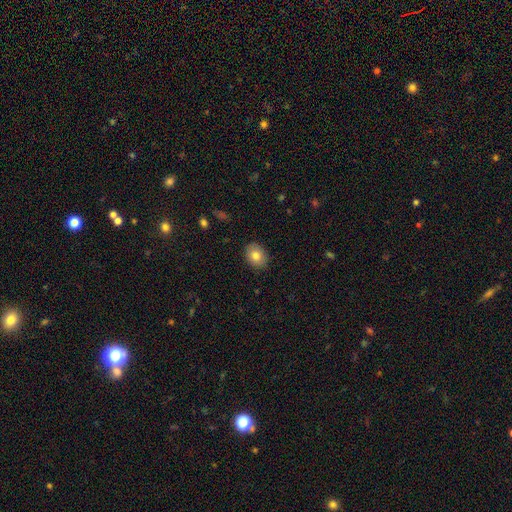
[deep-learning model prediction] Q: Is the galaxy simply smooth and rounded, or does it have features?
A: smooth — 81%.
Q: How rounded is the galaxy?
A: in between — 57%.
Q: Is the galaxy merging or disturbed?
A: none — 88%.